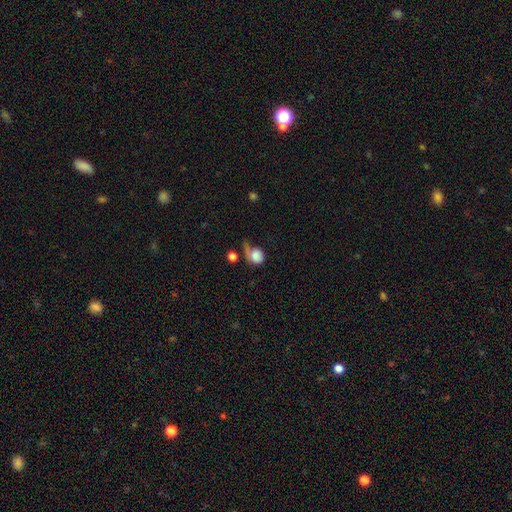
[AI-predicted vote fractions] The model was most divided on "merging": major disturbance: 38%, none: 27%, minor disturbance: 23%, merger: 12%. More confident: smooth or featured — smooth (74%); how rounded — round (56%).